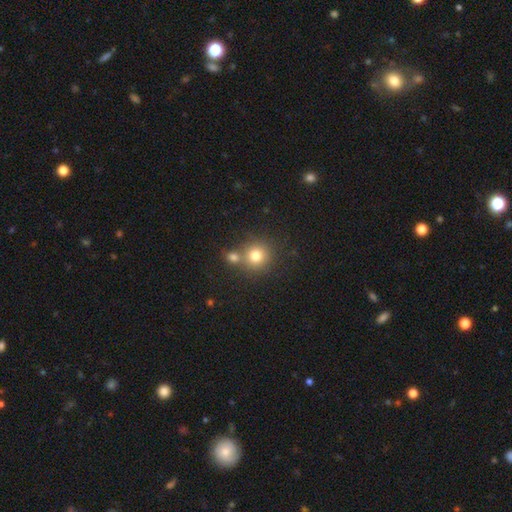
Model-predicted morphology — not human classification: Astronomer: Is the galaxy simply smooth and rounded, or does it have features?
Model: smooth — 77%.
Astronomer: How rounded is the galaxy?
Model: round — 91%.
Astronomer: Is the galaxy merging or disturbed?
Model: none — 60%.